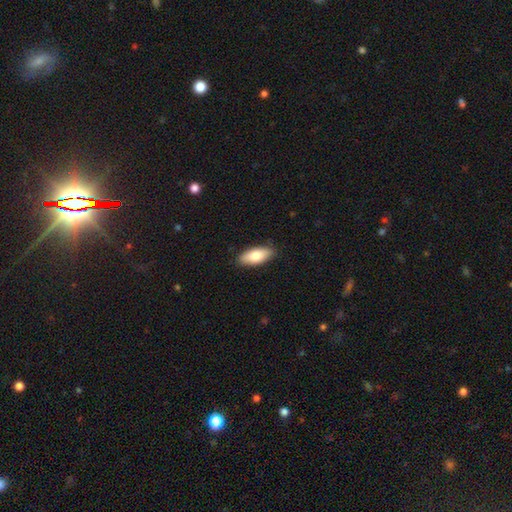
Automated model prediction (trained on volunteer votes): Smooth or featured?
  - smooth: 81% *
  - featured or disk: 13%
  - star or artifact: 6%
How rounded?
  - in between: 85% *
  - cigar-shaped: 13%
  - round: 2%
Merging?
  - none: 87% *
  - minor disturbance: 10%
  - major disturbance: 2%
  - merger: 1%